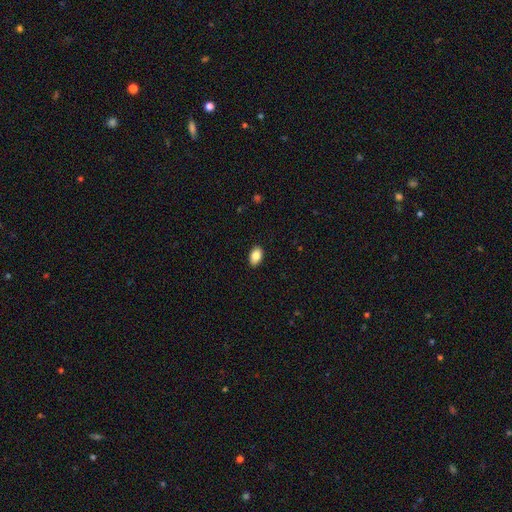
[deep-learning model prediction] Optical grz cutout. It shows a smooth galaxy with no disk features (85%) that is in between round and cigar-shaped (92%). Merging: none (89%).